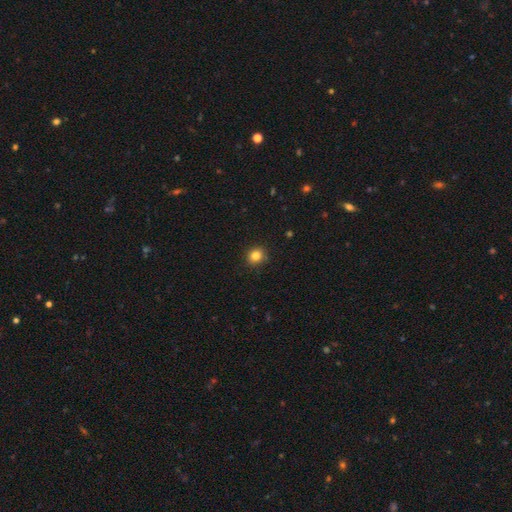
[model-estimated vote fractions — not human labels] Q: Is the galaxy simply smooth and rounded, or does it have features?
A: smooth — 83%.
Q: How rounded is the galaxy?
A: round — 83%.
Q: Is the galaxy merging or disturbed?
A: none — 89%.